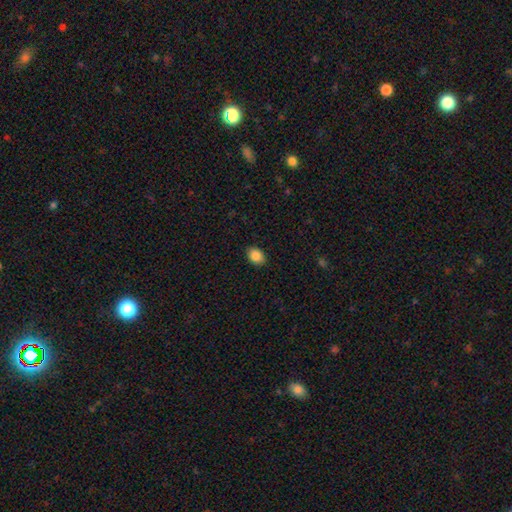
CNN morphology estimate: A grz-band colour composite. It shows a smooth galaxy with no disk features (88%) that is in between round and cigar-shaped (73%). Merging: none (89%).